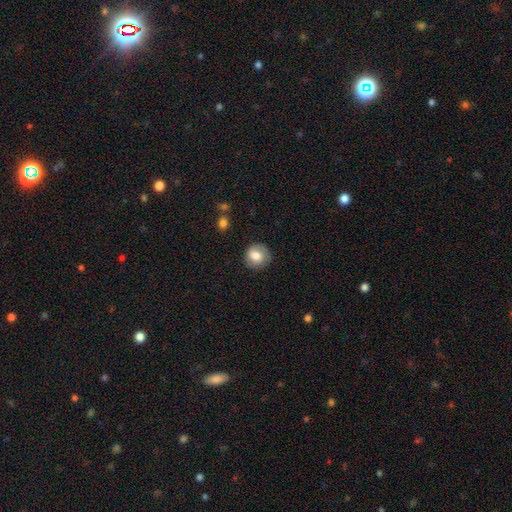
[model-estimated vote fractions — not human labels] This is likely a smooth galaxy (73%). How rounded: clearly round (89%). Merging: likely none (80%).